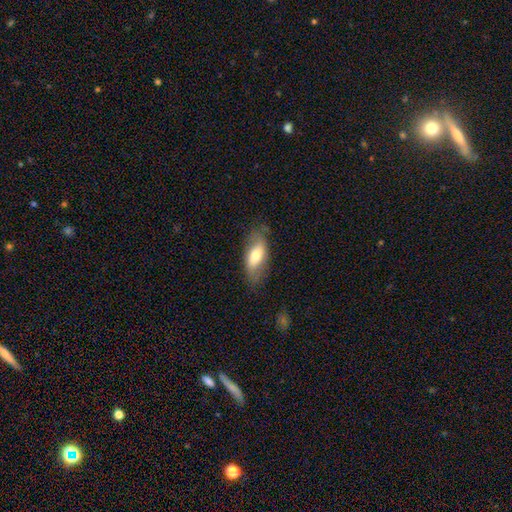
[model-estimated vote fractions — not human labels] smooth_or_featured: smooth (p=0.65) [alt: featured or disk p=0.29]
how_rounded: in between (p=0.82) [alt: cigar-shaped p=0.15]
merging: none (p=0.72) [alt: minor disturbance p=0.20]